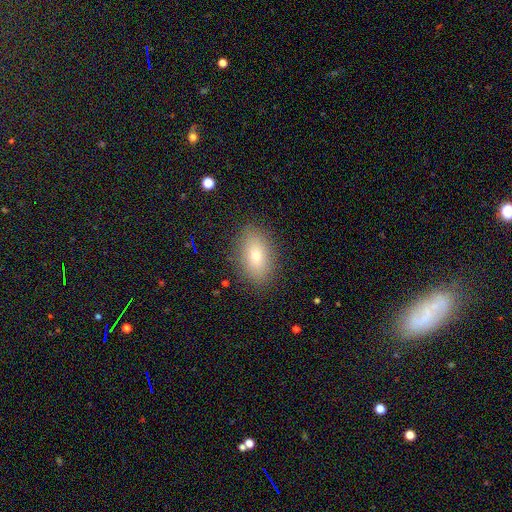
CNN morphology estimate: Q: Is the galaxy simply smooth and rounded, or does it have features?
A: smooth — 76%.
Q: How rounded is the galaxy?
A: in between — 89%.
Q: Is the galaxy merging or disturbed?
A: none — 87%.